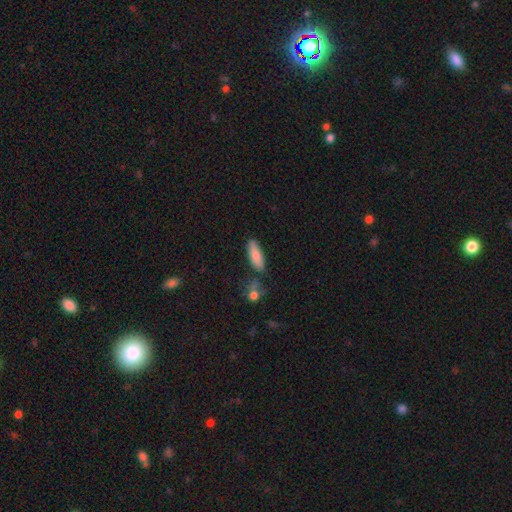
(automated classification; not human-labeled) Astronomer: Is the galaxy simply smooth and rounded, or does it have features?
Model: smooth — 83%.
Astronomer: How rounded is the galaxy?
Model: in between — 58% (runner-up: cigar-shaped, 40%).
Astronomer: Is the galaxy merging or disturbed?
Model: none — 75%.